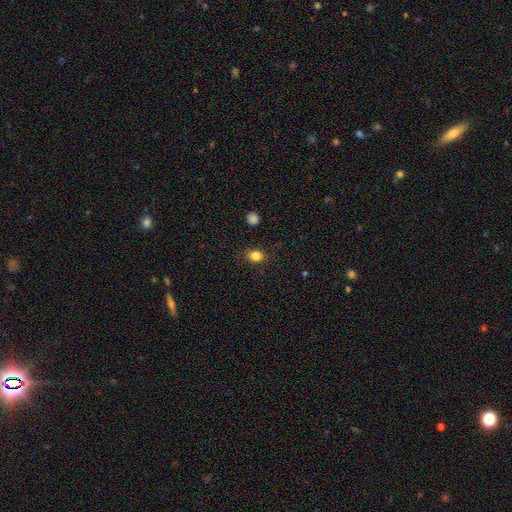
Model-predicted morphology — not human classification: A smooth galaxy with no disk features (83%) that is round (53%).

Vote fractions:
- Smooth or featured? smooth: 83% / star or artifact: 11% / featured or disk: 6%
- How rounded? round: 53% / in between: 45% / cigar-shaped: 1%
- Merging? none: 86% / minor disturbance: 10% / major disturbance: 3% / merger: 1%